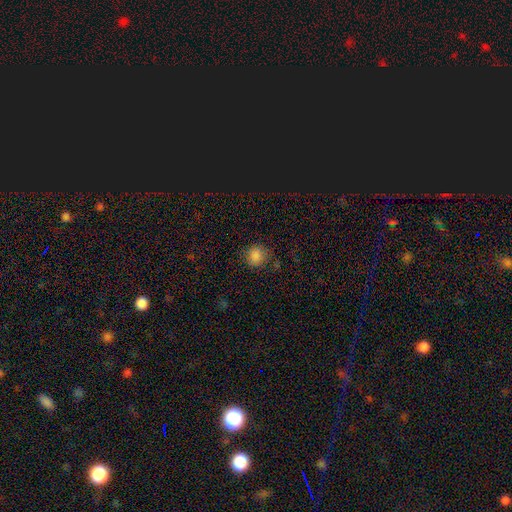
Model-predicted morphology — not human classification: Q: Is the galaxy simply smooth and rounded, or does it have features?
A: smooth — 84%.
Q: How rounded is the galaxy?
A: round — 83%.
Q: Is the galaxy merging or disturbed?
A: none — 81%.